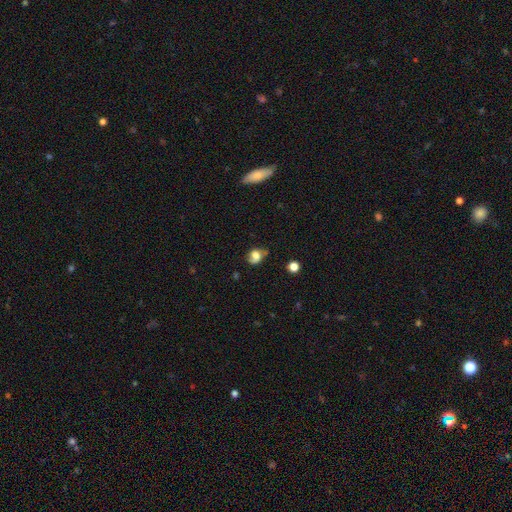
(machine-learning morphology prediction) This is likely a smooth galaxy (65%). How rounded: possibly round (51%). Merging: possibly none (46%).